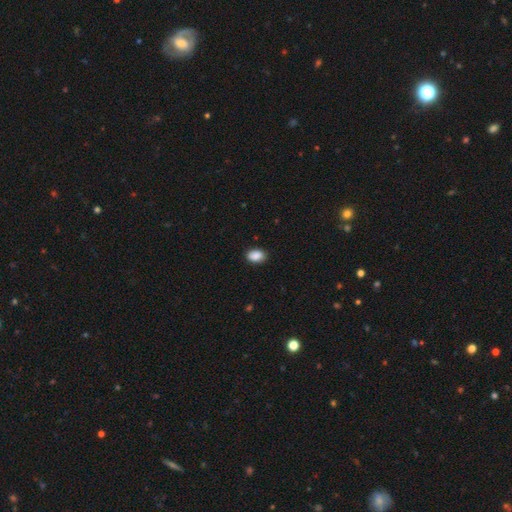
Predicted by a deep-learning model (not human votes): The model was most divided on "how rounded": in between: 82%, round: 16%, cigar-shaped: 1%. More confident: smooth or featured — smooth (89%); merging — none (85%).